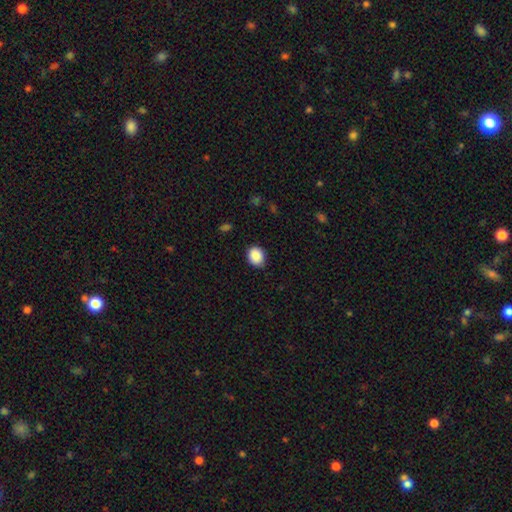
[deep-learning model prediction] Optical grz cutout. It shows a smooth galaxy with no disk features (88%) that is round (60%). Merging: none (80%).